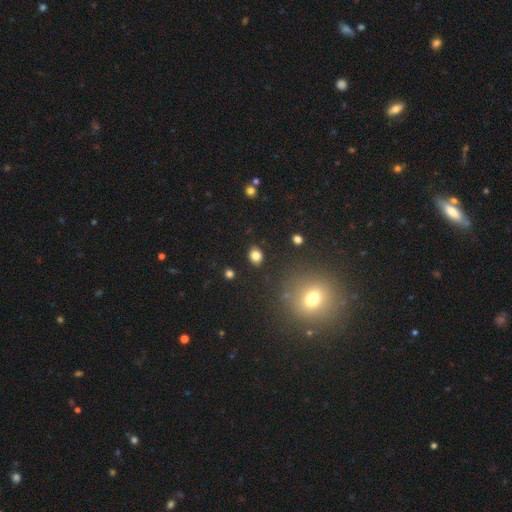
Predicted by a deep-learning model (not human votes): The model was most divided on "how rounded": in between: 53%, round: 46%, cigar-shaped: 1%. More confident: merging — none (88%); smooth or featured — smooth (83%).